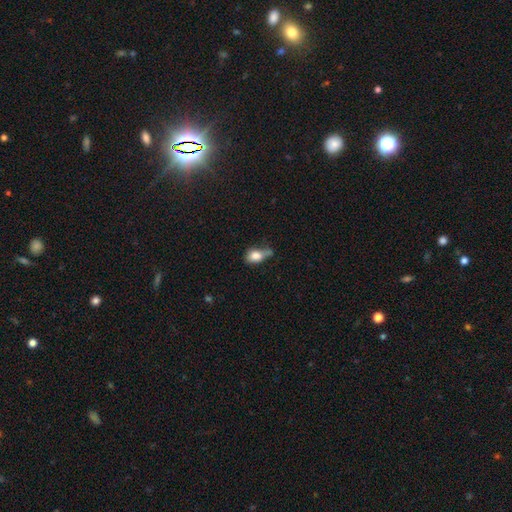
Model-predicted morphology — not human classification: Smooth or featured: smooth — 79% (featured or disk — 12%)
How rounded: in between — 76% (round — 20%)
Merging: none — 34% (minor disturbance — 33%)